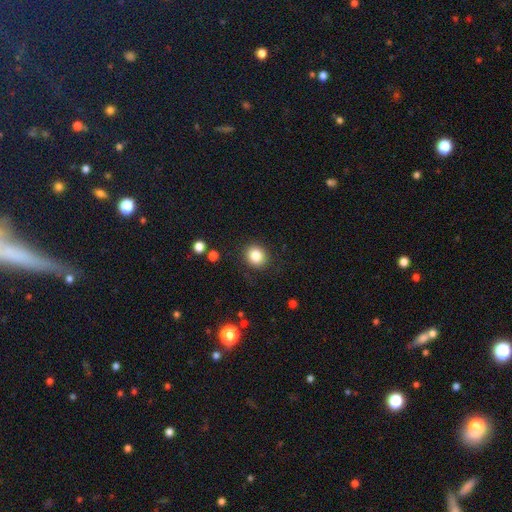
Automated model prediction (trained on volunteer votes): Morphology: type=smooth (84%); roundness=round (83%); merging=none (88%).